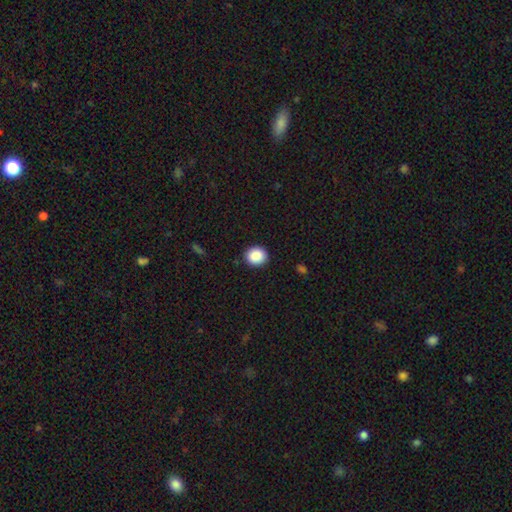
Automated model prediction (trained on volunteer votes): smooth_or_featured: smooth (p=0.89) [alt: star or artifact p=0.08]
how_rounded: round (p=0.78) [alt: in between p=0.21]
merging: none (p=0.91) [alt: minor disturbance p=0.07]